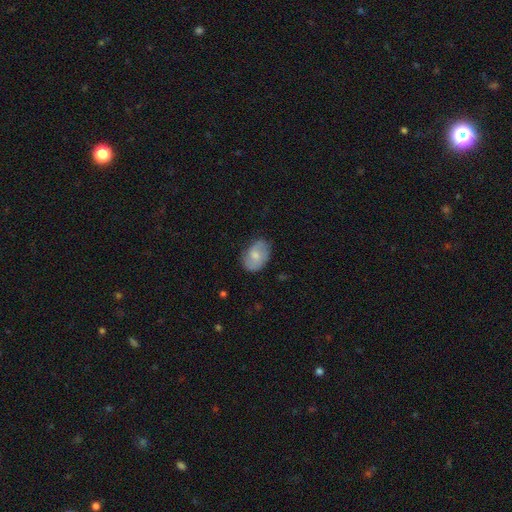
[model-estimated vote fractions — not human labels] smooth 59%, featured or disk 34%, star or artifact 7%. Down the decision tree: how rounded — in between (80%); merging — none (69%).